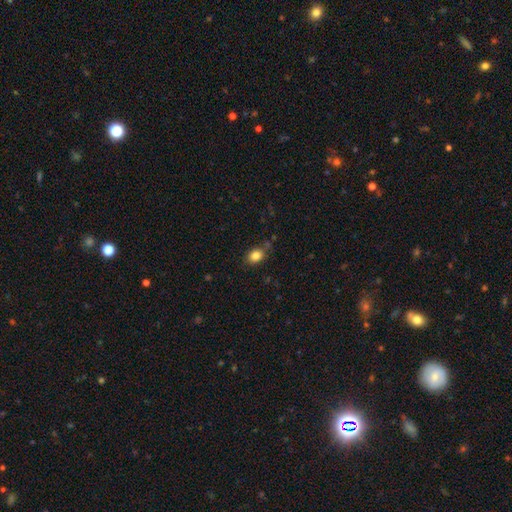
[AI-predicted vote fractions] The model was most divided on "how rounded": in between: 61%, round: 37%, cigar-shaped: 1%. More confident: smooth or featured — smooth (85%); merging — none (78%).